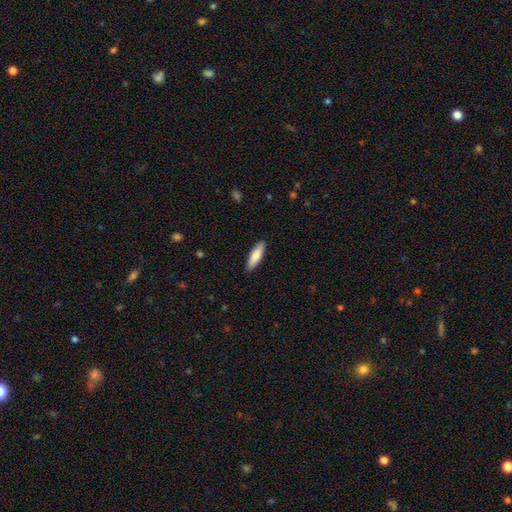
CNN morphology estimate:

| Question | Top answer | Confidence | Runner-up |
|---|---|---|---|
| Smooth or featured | smooth | 80% | featured or disk (15%) |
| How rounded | cigar-shaped | 57% | in between (42%) |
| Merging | none | 89% | minor disturbance (8%) |